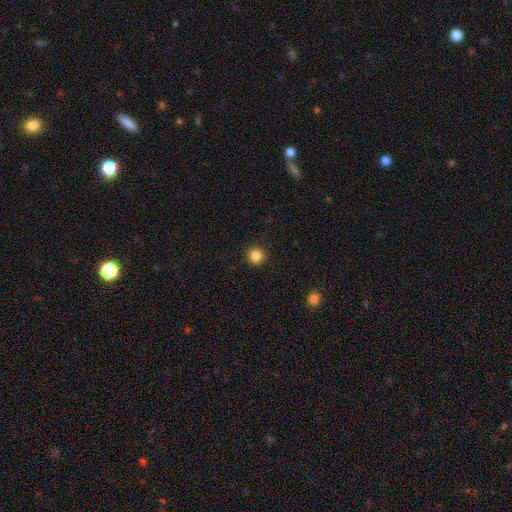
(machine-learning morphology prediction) Smooth or featured? smooth (86%)
How rounded? round (95%)
Merging? none (92%)